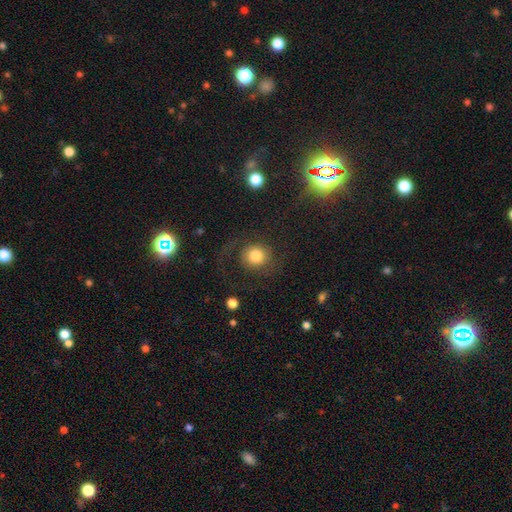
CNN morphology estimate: Q: Smooth or featured?
A: smooth (68%); runner-up: featured or disk (22%)
Q: How rounded?
A: round (86%); runner-up: in between (13%)
Q: Merging?
A: none (67%); runner-up: major disturbance (18%)